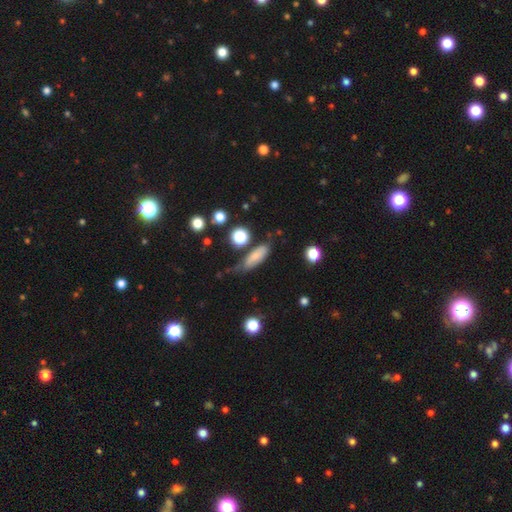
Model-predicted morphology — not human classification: A smooth galaxy with no disk features (74%) that is in between round and cigar-shaped (58%).

Vote fractions:
- Smooth or featured? smooth: 74% / featured or disk: 17% / star or artifact: 9%
- How rounded? in between: 58% / cigar-shaped: 38% / round: 4%
- Merging? none: 57% / minor disturbance: 27% / major disturbance: 10% / merger: 6%